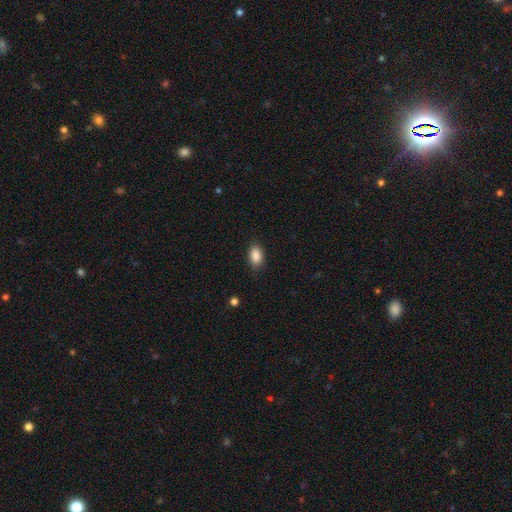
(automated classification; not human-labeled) This is clearly a smooth galaxy (88%). How rounded: clearly in between (90%). Merging: clearly none (85%).